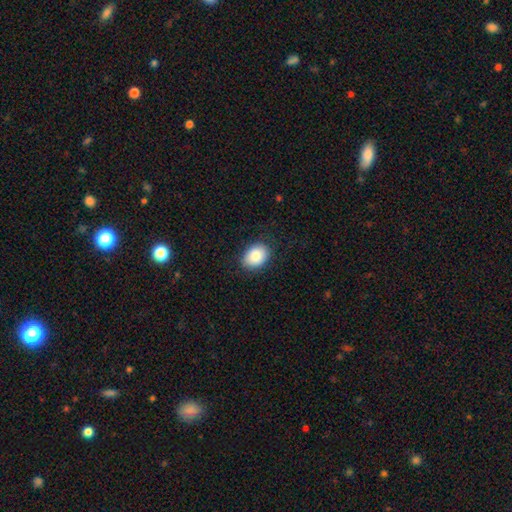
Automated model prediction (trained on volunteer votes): smooth-or-featured: smooth: 85% | featured or disk: 8% | star or artifact: 7%
  how-rounded: in between: 72% | round: 27% | cigar-shaped: 1%
  merging: none: 85% | minor disturbance: 12% | major disturbance: 3% | merger: 1%